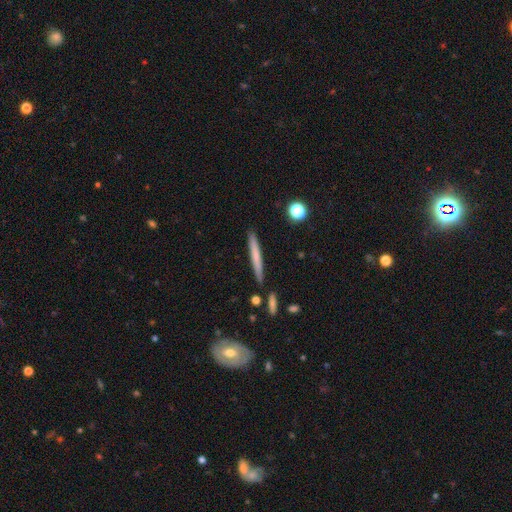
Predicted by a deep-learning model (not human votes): Smooth or featured? smooth (65%)
How rounded? cigar-shaped (96%)
Merging? none (87%)